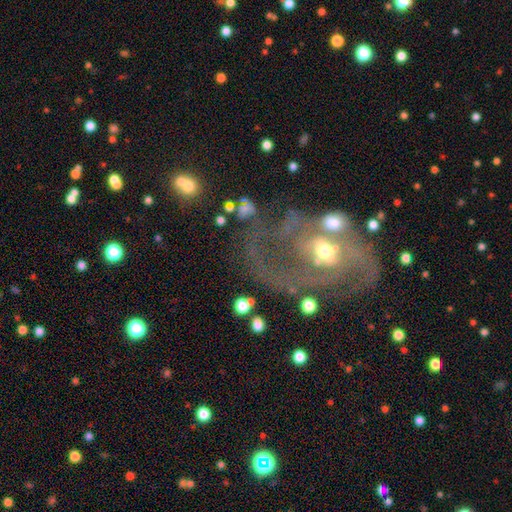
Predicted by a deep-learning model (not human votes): Smooth or featured?
  - featured or disk: 82% *
  - smooth: 9%
  - star or artifact: 9%
Edge-on disk?
  - no: 97% *
  - yes: 3%
Bar?
  - no: 49% *
  - weak: 37%
  - strong: 14%
Spiral arms?
  - yes: 88% *
  - no: 12%
Spiral winding?
  - medium: 45% *
  - tight: 32%
  - loose: 23%
Spiral arm count?
  - 2: 51% *
  - can't tell: 19%
  - 1: 11%
  - 3: 11%
  - 4: 4%
  - more than 4: 4%
Bulge size?
  - moderate: 55% *
  - small: 37%
  - large: 4%
  - none: 2%
  - dominant: 1%
Merging?
  - none: 47% *
  - major disturbance: 22%
  - minor disturbance: 17%
  - merger: 13%